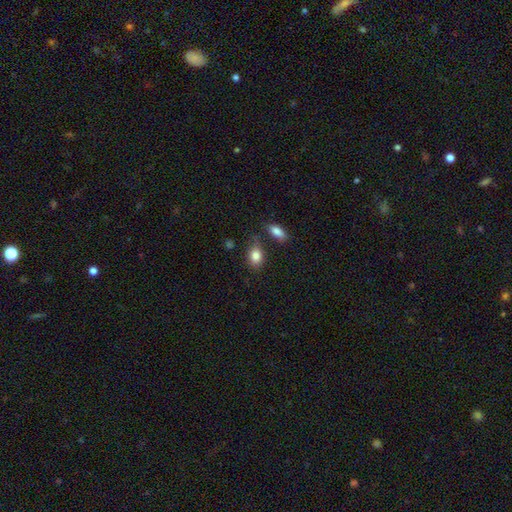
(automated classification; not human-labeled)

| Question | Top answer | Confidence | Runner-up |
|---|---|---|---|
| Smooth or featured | smooth | 85% | star or artifact (8%) |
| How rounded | in between | 77% | round (21%) |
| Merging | none | 68% | minor disturbance (19%) |